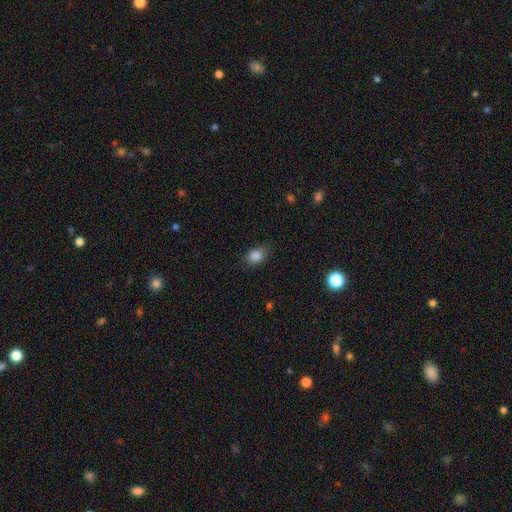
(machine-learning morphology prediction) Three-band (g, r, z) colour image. It shows a smooth galaxy with no disk features (85%) that is in between round and cigar-shaped (72%). Merging: none (83%).